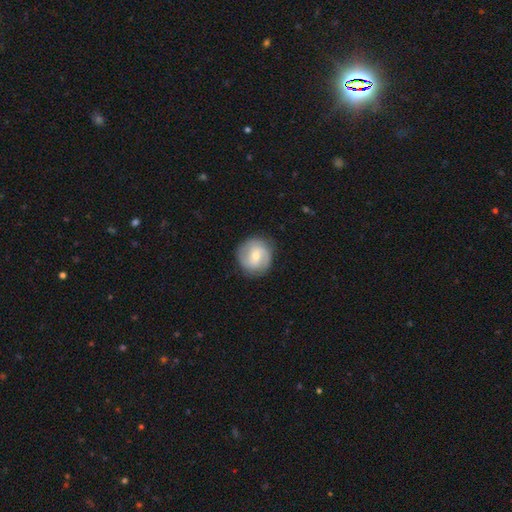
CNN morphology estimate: featured or disk 58%, smooth 35%, star or artifact 6%. Down the decision tree: edge-on disk — no (97%); bar — no (45%); spiral arms — yes (83%); bulge size — moderate (52%); merging — none (85%).